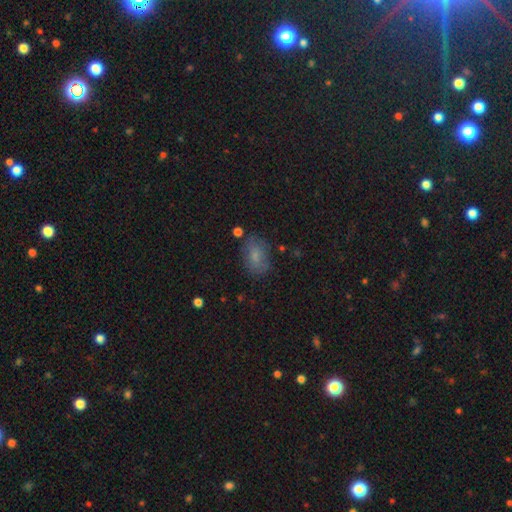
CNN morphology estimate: Smooth or featured?
  - smooth: 74% *
  - featured or disk: 15%
  - star or artifact: 12%
How rounded?
  - in between: 82% *
  - round: 16%
  - cigar-shaped: 2%
Merging?
  - none: 70% *
  - minor disturbance: 19%
  - major disturbance: 7%
  - merger: 4%